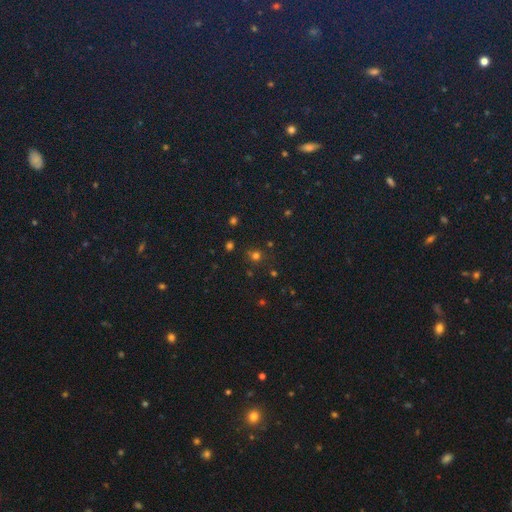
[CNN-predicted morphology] smooth-or-featured: smooth: 63% | star or artifact: 31% | featured or disk: 6%
  how-rounded: round: 89% | in between: 10% | cigar-shaped: 1%
  merging: none: 79% | minor disturbance: 11% | merger: 6% | major disturbance: 4%